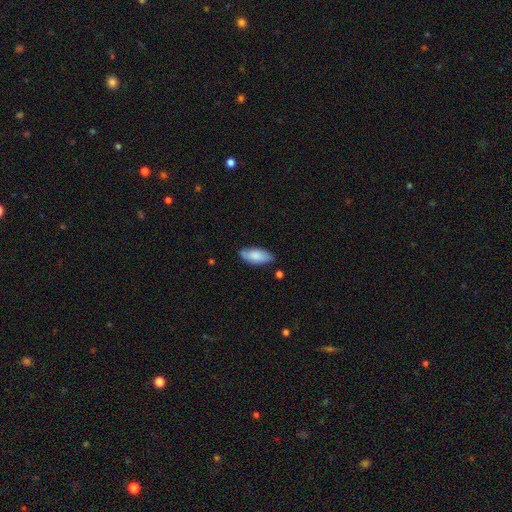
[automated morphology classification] type=smooth (82%); roundness=in between (84%); merging=none (78%).